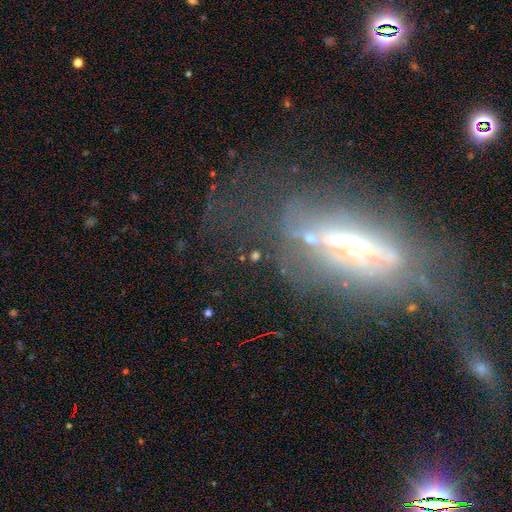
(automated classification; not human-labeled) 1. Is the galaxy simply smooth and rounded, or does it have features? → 42% star or artifact, 35% featured or disk, 23% smooth.